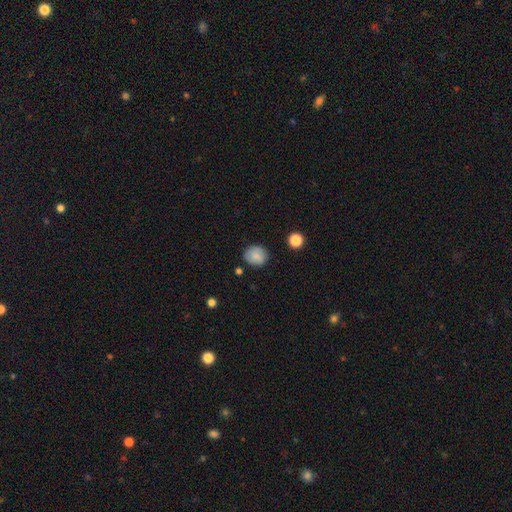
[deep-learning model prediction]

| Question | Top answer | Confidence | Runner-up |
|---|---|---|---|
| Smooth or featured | smooth | 79% | featured or disk (12%) |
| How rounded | round | 79% | in between (20%) |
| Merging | none | 82% | minor disturbance (13%) |